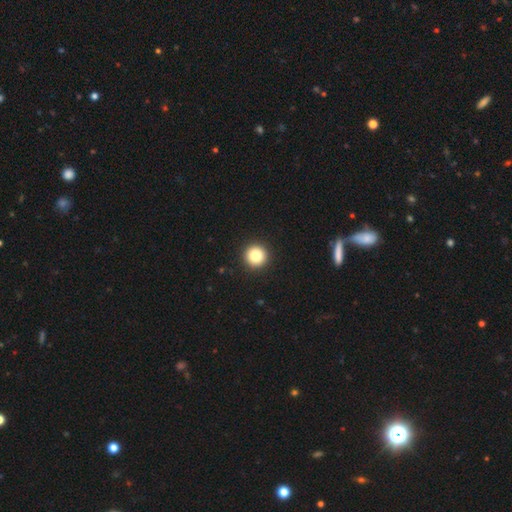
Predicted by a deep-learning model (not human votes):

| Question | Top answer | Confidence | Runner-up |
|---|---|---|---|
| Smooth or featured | smooth | 84% | star or artifact (10%) |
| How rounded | round | 96% | in between (3%) |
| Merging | none | 94% | minor disturbance (4%) |